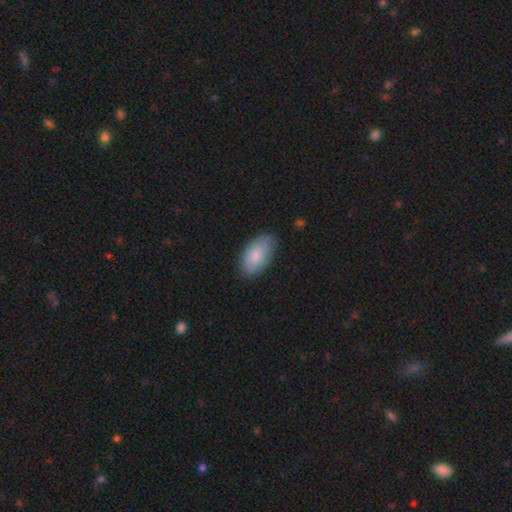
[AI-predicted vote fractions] Q: Smooth or featured?
A: smooth (84%); runner-up: featured or disk (10%)
Q: How rounded?
A: in between (95%); runner-up: round (3%)
Q: Merging?
A: none (80%); runner-up: minor disturbance (16%)